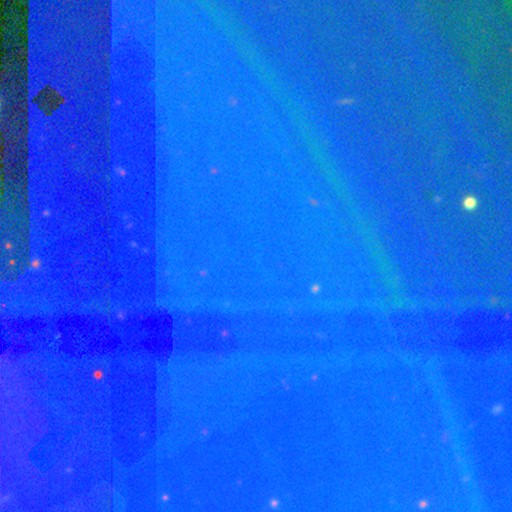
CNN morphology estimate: star or artifact 85%, featured or disk 7%, smooth 7%.